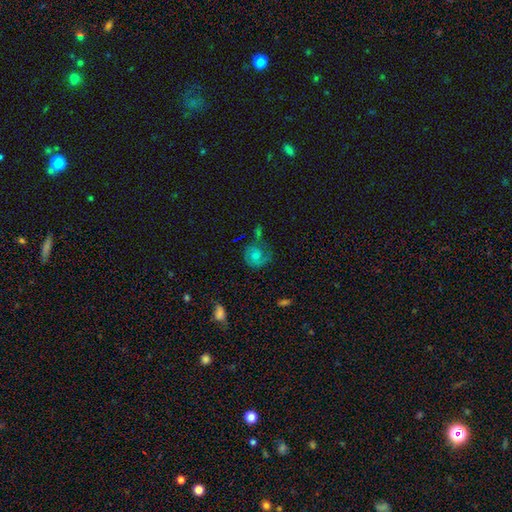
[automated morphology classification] A featured or disk galaxy (57%) with no bar (76%), spiral arms (85%) and a moderate central bulge (49%). Merging: none (56%).